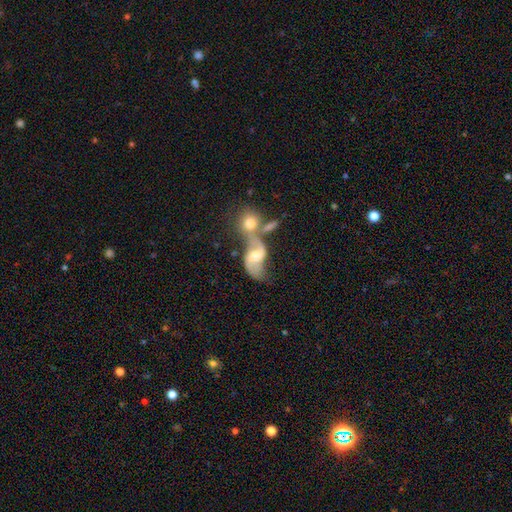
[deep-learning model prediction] A featured or disk galaxy (73%) with a weak bar (45%), 2 (90%) loose (75%) spiral arms (88%) and a moderate central bulge (61%). Merging: merger (51%).